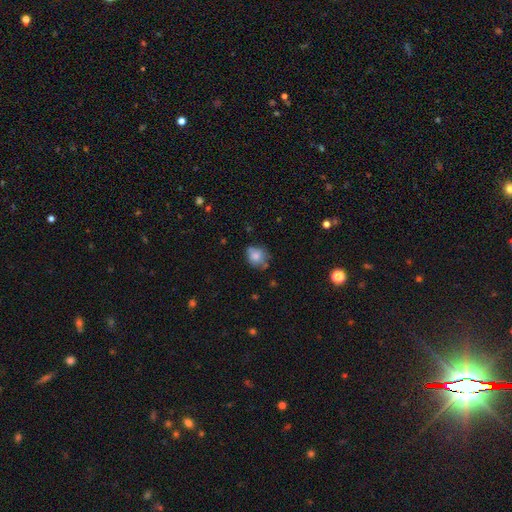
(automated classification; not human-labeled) The model was most divided on "merging": none: 56%, minor disturbance: 30%, major disturbance: 9%, merger: 5%. More confident: smooth or featured — smooth (73%); how rounded — round (66%).